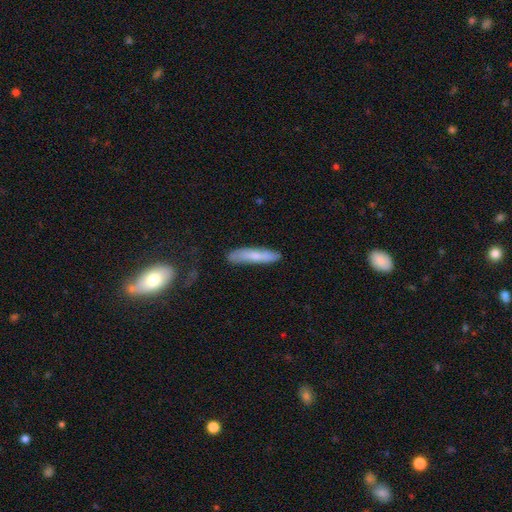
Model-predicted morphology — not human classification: The model was most divided on "smooth or featured": smooth: 69%, featured or disk: 25%, star or artifact: 6%. More confident: how rounded — cigar-shaped (90%); merging — none (79%).